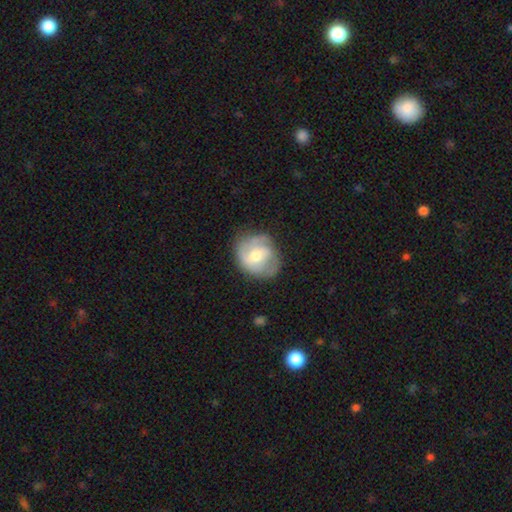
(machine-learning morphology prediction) Overall: featured or disk (60%; smooth 34%). Edge-on disk: no (97%). Bar: no (59%; weak 34%). Spiral arms: yes (81%). Bulge size: moderate (67%). Merging: none (65%).